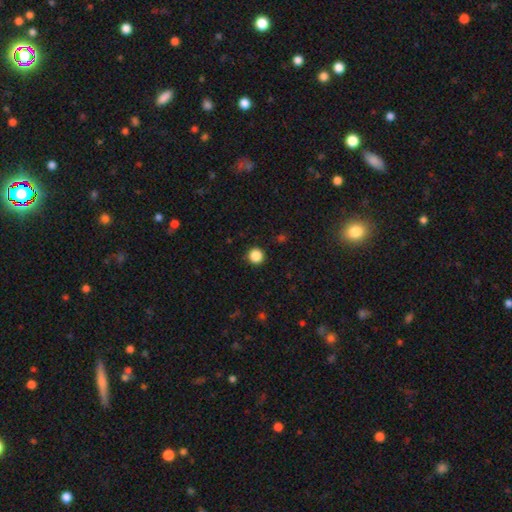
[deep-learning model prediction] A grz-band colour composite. It shows a smooth galaxy with no disk features (87%) that is round (95%). Merging: none (92%).